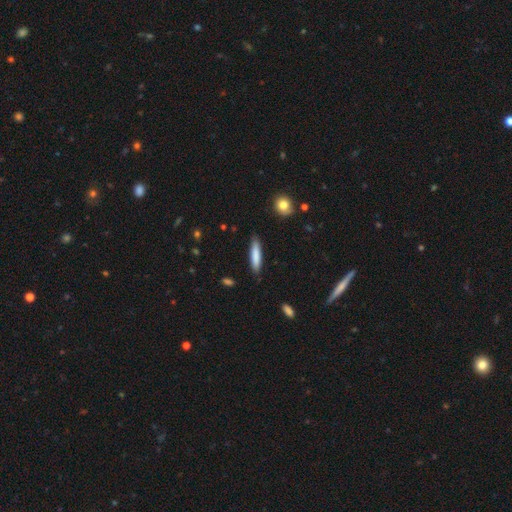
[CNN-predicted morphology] A smooth galaxy with no disk features (82%) that is cigar-shaped (85%). Merging: none (87%).